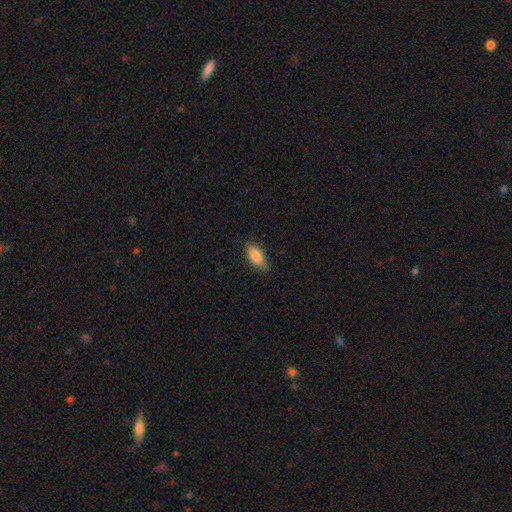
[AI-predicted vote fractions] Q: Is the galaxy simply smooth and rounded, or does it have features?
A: smooth — 85%.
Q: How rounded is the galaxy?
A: in between — 86%.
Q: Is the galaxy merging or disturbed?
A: none — 79%.